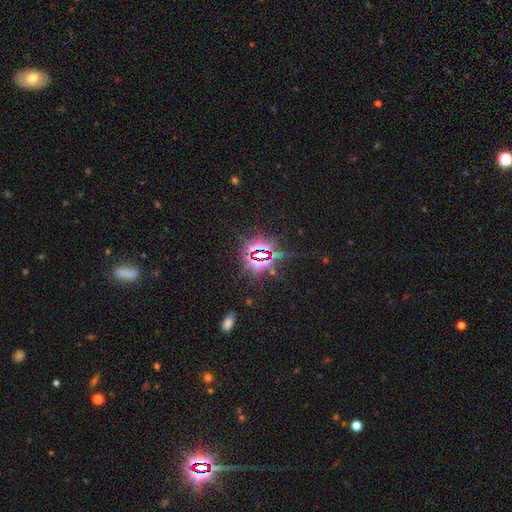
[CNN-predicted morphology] Smooth or featured? Predicted: star or artifact (p=0.82).